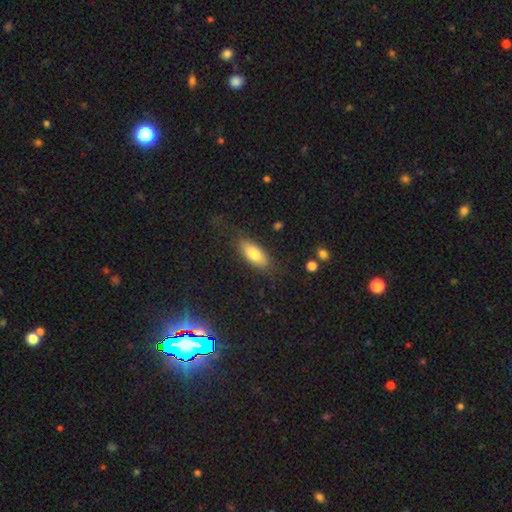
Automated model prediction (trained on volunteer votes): A smooth galaxy with no disk features (78%) that is in between round and cigar-shaped (82%). Merging: none (80%).